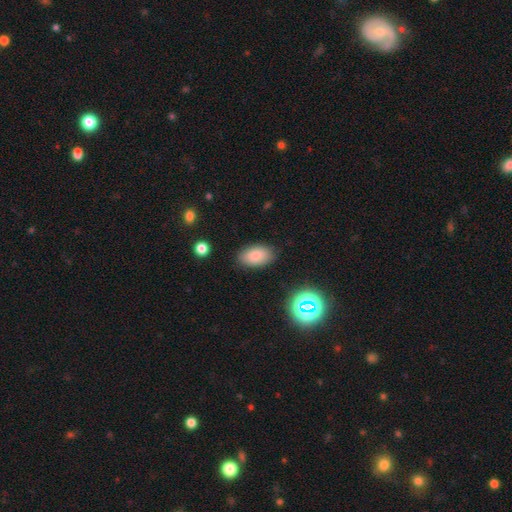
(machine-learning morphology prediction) type=smooth (85%); roundness=in between (93%); merging=none (85%).